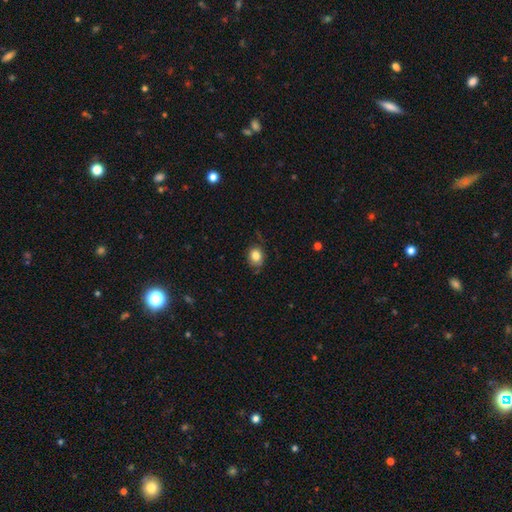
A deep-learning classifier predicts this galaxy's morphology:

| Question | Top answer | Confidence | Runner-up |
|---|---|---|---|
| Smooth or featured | smooth | 82% | star or artifact (10%) |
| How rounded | round | 54% | in between (45%) |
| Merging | none | 74% | minor disturbance (20%) |